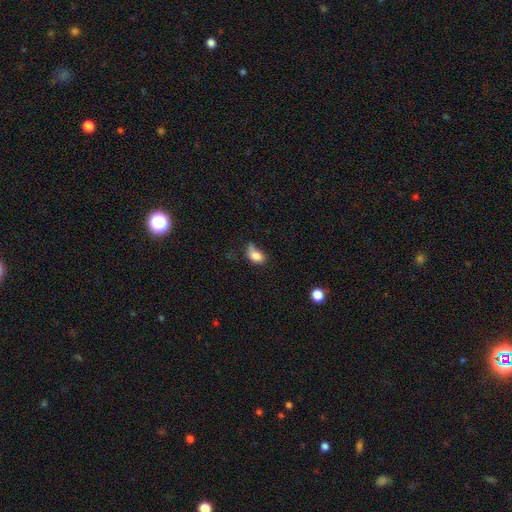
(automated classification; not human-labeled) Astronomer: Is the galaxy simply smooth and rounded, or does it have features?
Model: smooth — 80%.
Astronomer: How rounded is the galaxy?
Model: in between — 80%.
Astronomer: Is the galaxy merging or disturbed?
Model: minor disturbance — 35% (runner-up: none, 30%).